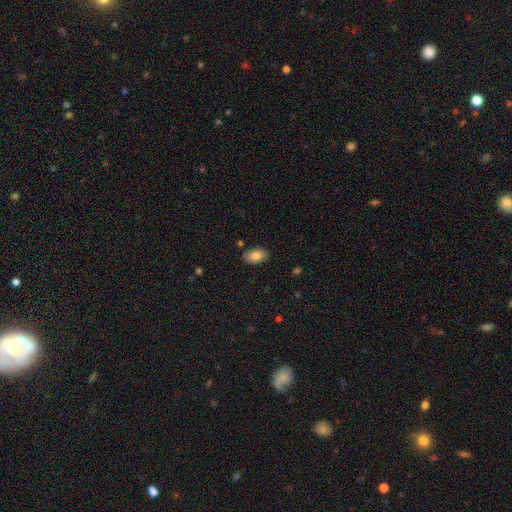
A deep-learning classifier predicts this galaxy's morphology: A smooth galaxy with no disk features (80%) that is in between round and cigar-shaped (93%). Merging: none (86%).